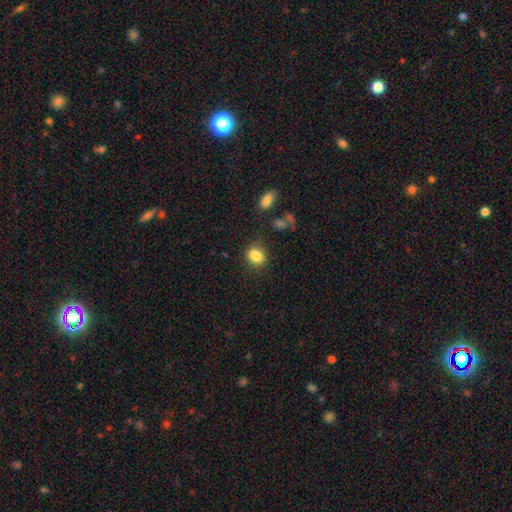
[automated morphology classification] type=smooth (85%); roundness=in between (59%); merging=none (73%).